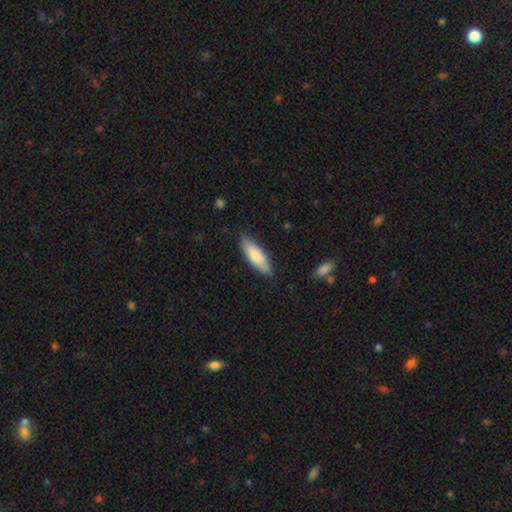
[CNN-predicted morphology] A smooth galaxy with no disk features (79%) that is in between round and cigar-shaped (54%). Merging: none (85%).